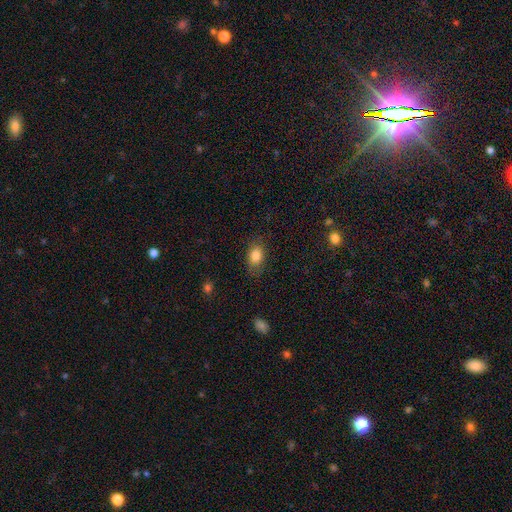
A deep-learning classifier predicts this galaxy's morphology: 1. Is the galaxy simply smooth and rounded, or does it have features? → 84% smooth, 9% star or artifact, 7% featured or disk.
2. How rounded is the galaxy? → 82% in between, 16% round, 2% cigar-shaped.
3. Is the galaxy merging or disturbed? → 78% none, 16% minor disturbance, 5% major disturbance, 1% merger.